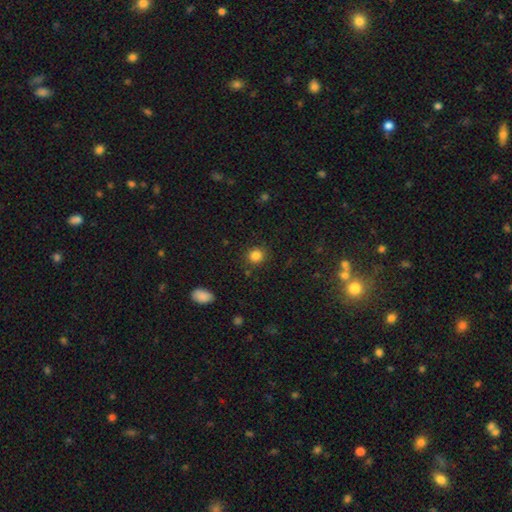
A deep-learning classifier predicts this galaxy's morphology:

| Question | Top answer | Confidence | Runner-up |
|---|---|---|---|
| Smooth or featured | smooth | 84% | star or artifact (12%) |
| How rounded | round | 86% | in between (13%) |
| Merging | none | 87% | minor disturbance (8%) |